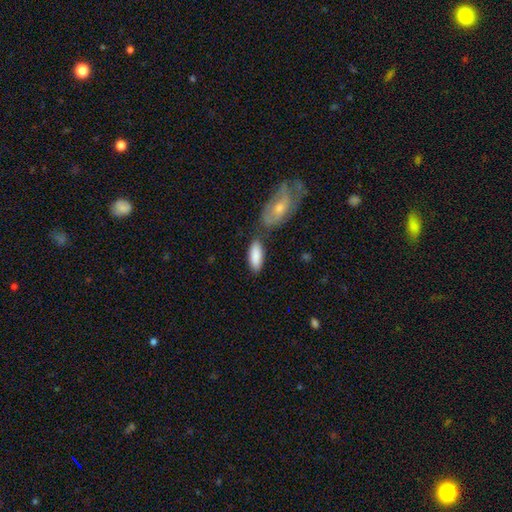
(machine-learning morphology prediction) type=smooth (86%); roundness=in between (79%); merging=none (61%).